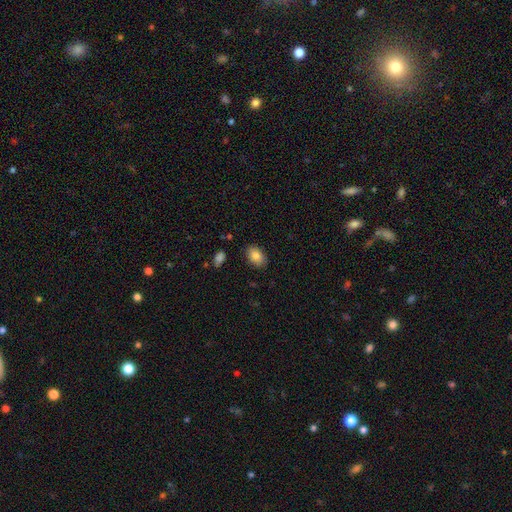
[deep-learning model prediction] smooth 85%, star or artifact 8%, featured or disk 7%. Down the decision tree: how rounded — in between (85%); merging — none (83%).